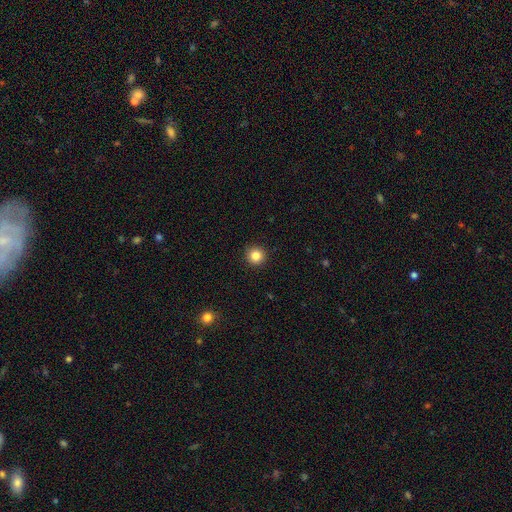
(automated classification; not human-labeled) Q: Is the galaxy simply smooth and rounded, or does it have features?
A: smooth — 85%.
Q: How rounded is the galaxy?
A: round — 96%.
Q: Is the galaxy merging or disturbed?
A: none — 93%.